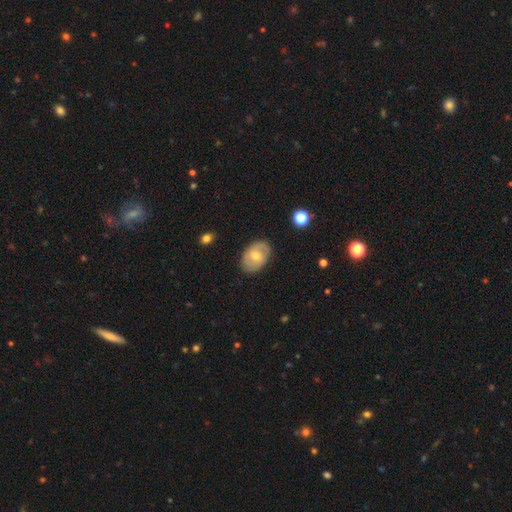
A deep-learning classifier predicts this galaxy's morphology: Smooth or featured?
  - smooth: 50% *
  - featured or disk: 43%
  - star or artifact: 8%
Merging?
  - none: 82% *
  - minor disturbance: 14%
  - major disturbance: 3%
  - merger: 1%